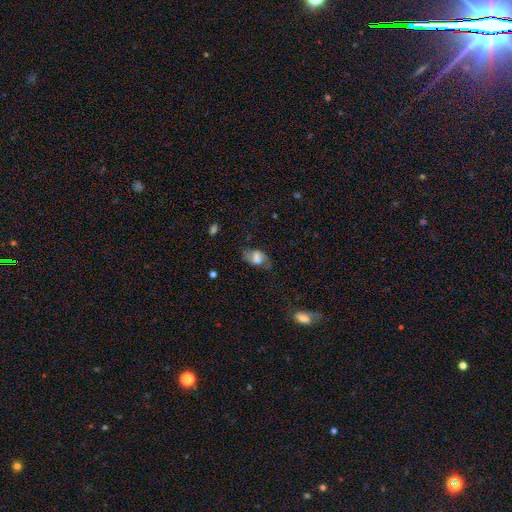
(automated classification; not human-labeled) This appears to be a smooth galaxy with no disk features (51%) that is in between round and cigar-shaped (87%). Merging: none (58%).